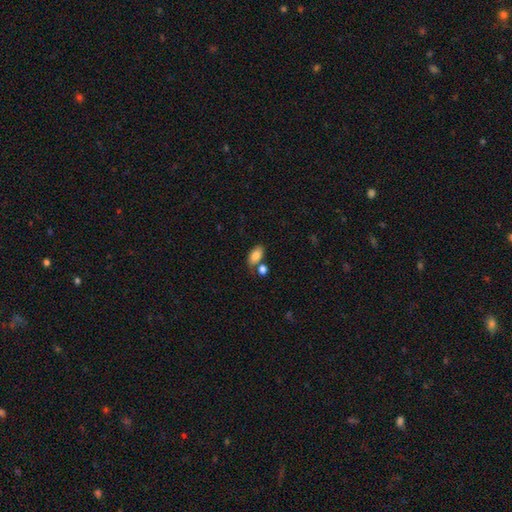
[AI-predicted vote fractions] This appears to be a smooth galaxy with no disk features (83%) that is in between round and cigar-shaped (92%). Merging: none (57%).